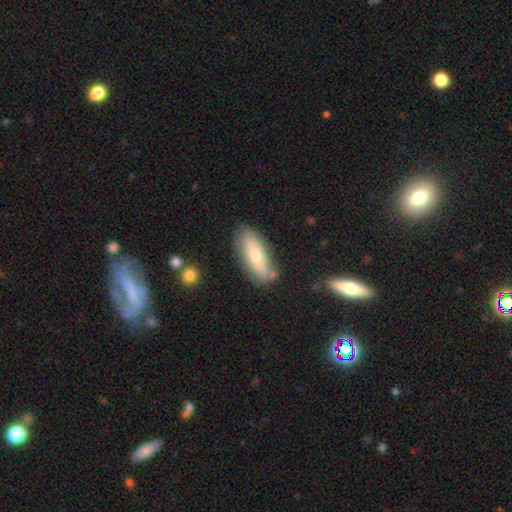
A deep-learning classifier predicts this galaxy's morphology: A smooth galaxy with no disk features (64%) that is in between round and cigar-shaped (69%).

Vote fractions:
- Smooth or featured? smooth: 64% / featured or disk: 30% / star or artifact: 6%
- How rounded? in between: 69% / cigar-shaped: 28% / round: 3%
- Merging? none: 75% / minor disturbance: 16% / merger: 5% / major disturbance: 4%